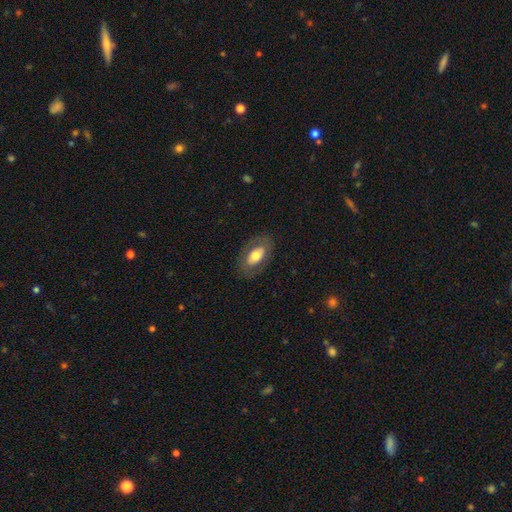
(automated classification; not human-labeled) smooth_or_featured: smooth (p=0.57) [alt: featured or disk p=0.36]
how_rounded: in between (p=0.91) [alt: round p=0.06]
merging: none (p=0.81) [alt: minor disturbance p=0.12]